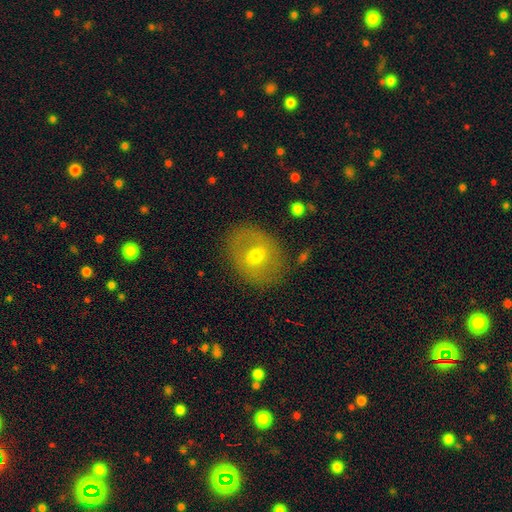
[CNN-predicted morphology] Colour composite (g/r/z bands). It shows a smooth galaxy with no disk features (47%). Merging: none (78%).